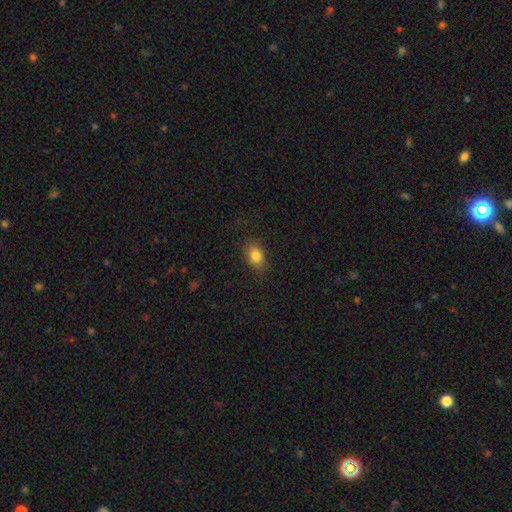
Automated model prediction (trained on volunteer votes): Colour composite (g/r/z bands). It shows a smooth galaxy with no disk features (84%) that is in between round and cigar-shaped (71%). Merging: none (83%).